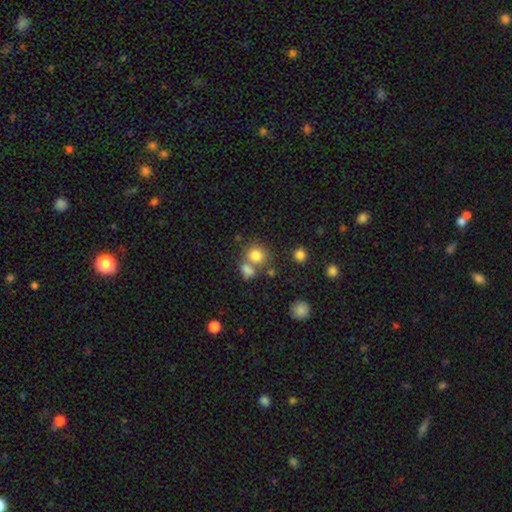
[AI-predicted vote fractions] Smooth or featured? smooth (79%)
How rounded? round (76%)
Merging? none (55%)